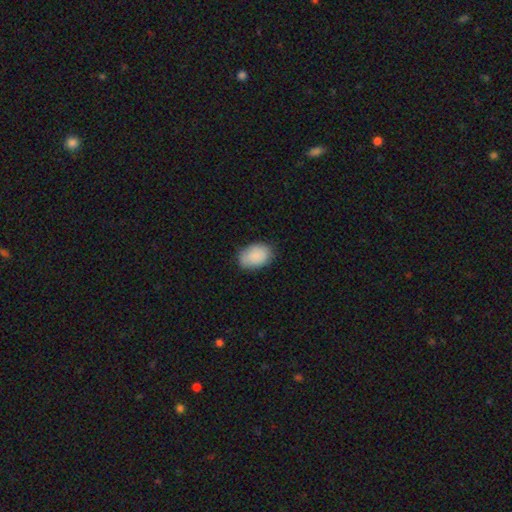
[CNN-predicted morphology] Smooth or featured: smooth — 88% (star or artifact — 6%)
How rounded: in between — 86% (round — 13%)
Merging: none — 79% (minor disturbance — 17%)